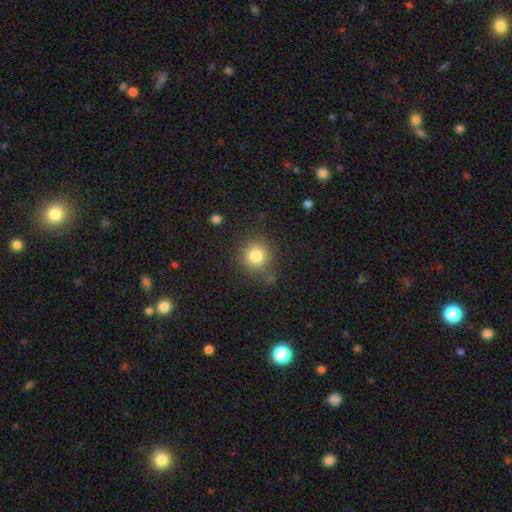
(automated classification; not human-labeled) Smooth or featured: smooth — 81% (star or artifact — 12%)
How rounded: round — 92% (in between — 7%)
Merging: none — 81% (minor disturbance — 11%)